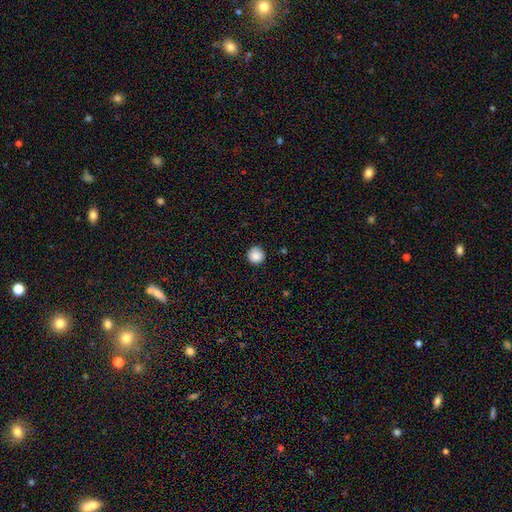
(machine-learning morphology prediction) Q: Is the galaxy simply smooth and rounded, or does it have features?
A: smooth — 88%.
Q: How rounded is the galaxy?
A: round — 96%.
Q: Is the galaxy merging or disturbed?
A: none — 88%.